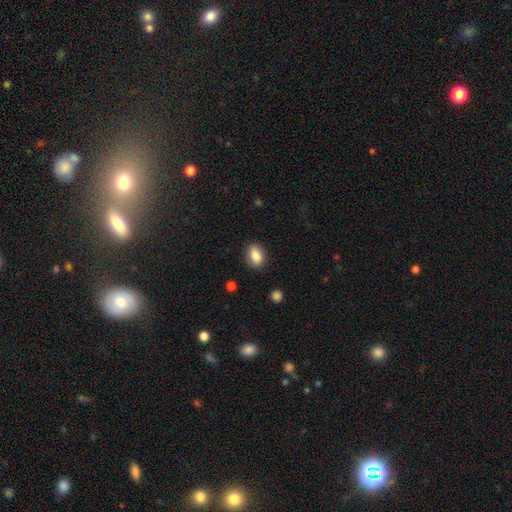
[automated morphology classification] Overall: smooth (87%). How rounded: in between (79%). Merging: none (85%).